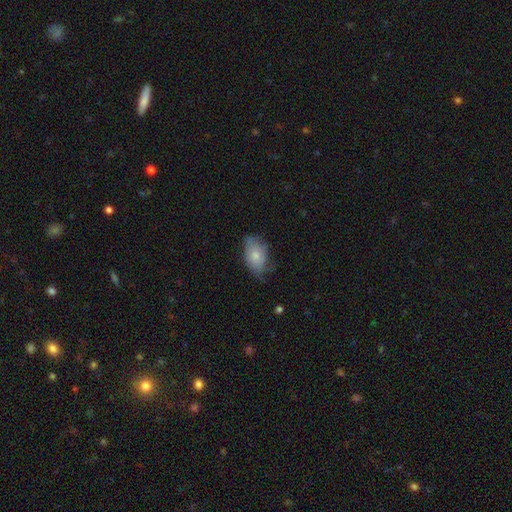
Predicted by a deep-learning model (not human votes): smooth 73%, featured or disk 20%, star or artifact 7%. Down the decision tree: how rounded — in between (89%); merging — none (48%).